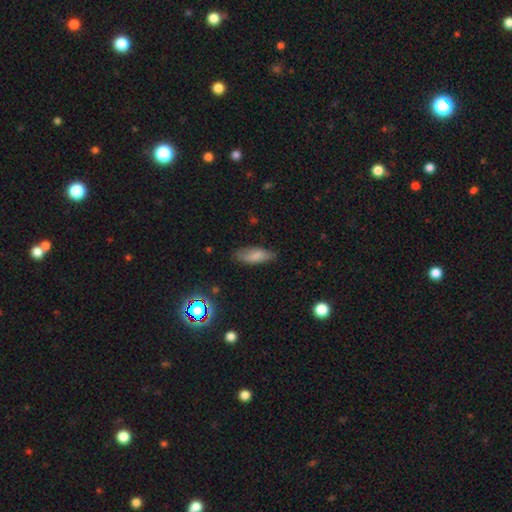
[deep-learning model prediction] A smooth galaxy with no disk features (78%) that is in between round and cigar-shaped (71%).

Vote fractions:
- Smooth or featured? smooth: 78% / featured or disk: 13% / star or artifact: 8%
- How rounded? in between: 71% / cigar-shaped: 27% / round: 2%
- Merging? none: 75% / minor disturbance: 20% / major disturbance: 4% / merger: 1%